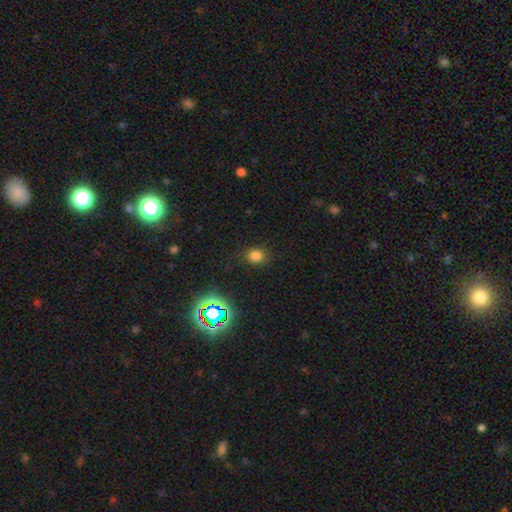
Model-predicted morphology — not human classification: type=smooth (76%); roundness=round (69%); merging=none (84%).